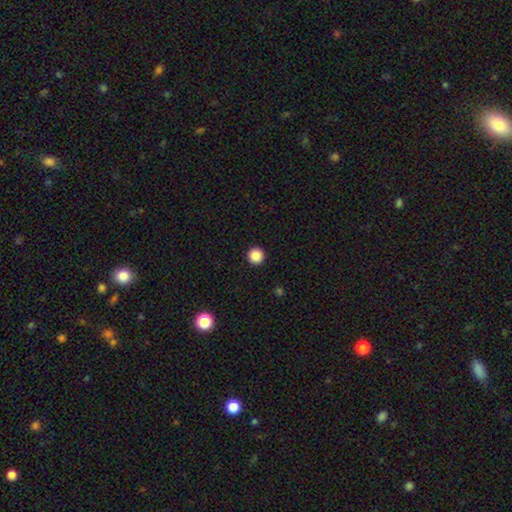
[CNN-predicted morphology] Overall: smooth (87%). How rounded: round (96%). Merging: none (94%).